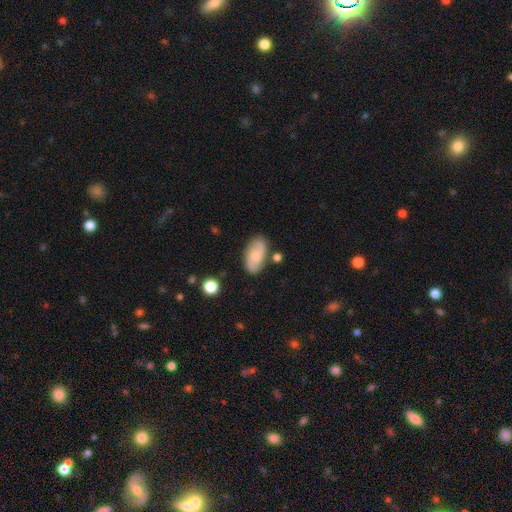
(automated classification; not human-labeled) Smooth or featured: smooth — 54% (featured or disk — 38%)
How rounded: in between — 92% (round — 4%)
Merging: none — 76% (minor disturbance — 15%)